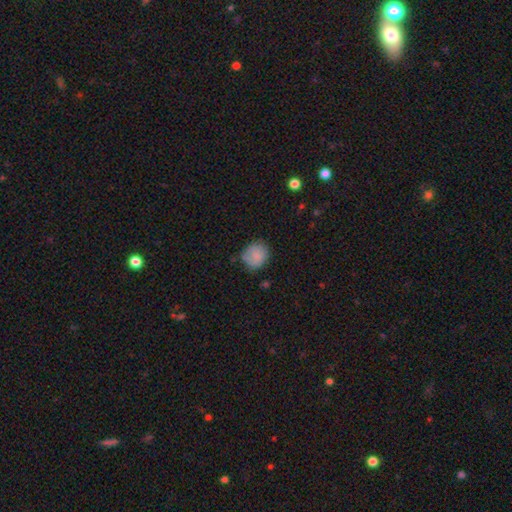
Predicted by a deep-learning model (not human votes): Smooth or featured? Predicted: smooth (p=0.81). How rounded? Predicted: round (p=0.79). Merging? Predicted: none (p=0.70).